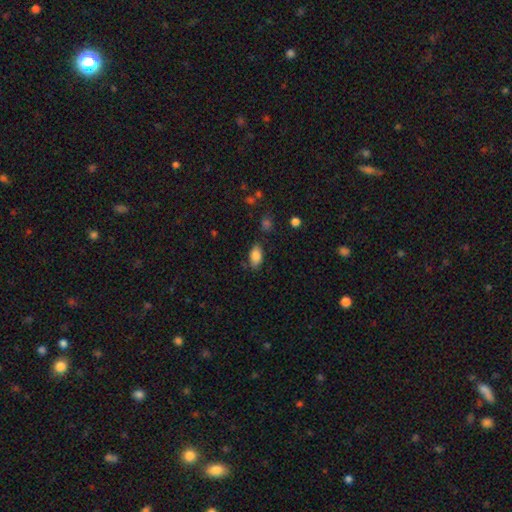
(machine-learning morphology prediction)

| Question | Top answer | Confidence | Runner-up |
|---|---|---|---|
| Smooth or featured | smooth | 84% | featured or disk (8%) |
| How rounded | in between | 91% | cigar-shaped (5%) |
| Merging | none | 76% | minor disturbance (18%) |